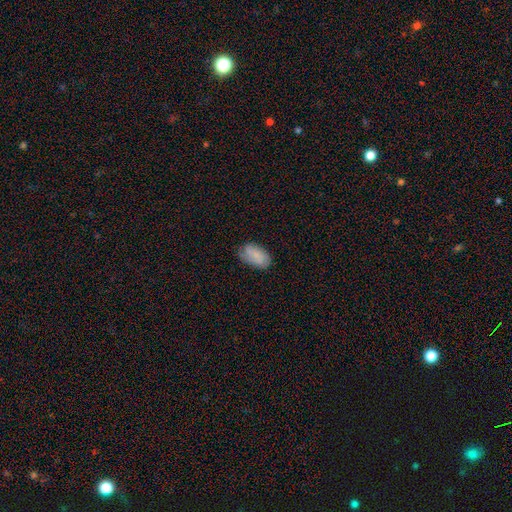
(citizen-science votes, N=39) Smooth or featured? smooth (69%)
How rounded? in between (93%)
Merging? none (65%)